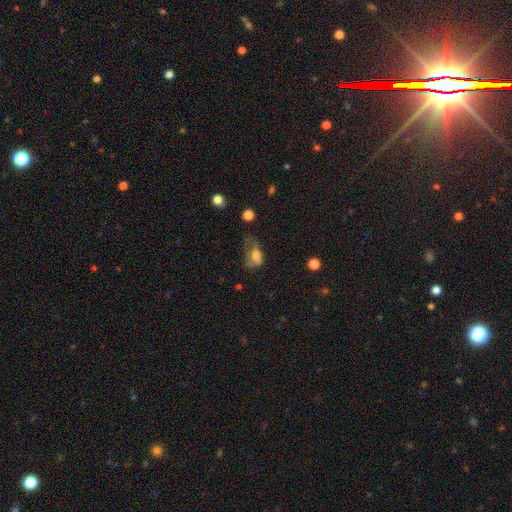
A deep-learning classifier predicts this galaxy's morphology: This appears to be a smooth galaxy with no disk features (67%) that is in between round and cigar-shaped (84%). Merging: major disturbance (47%).